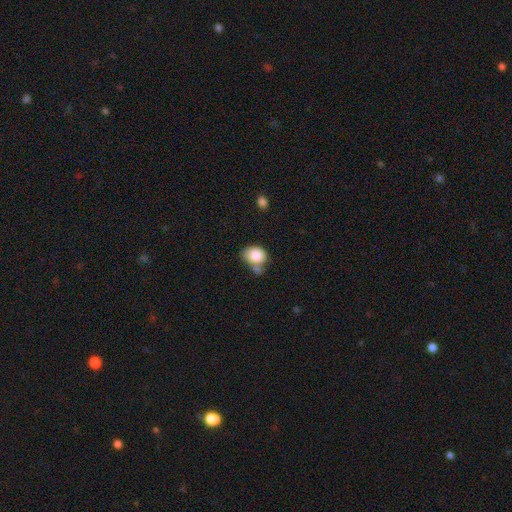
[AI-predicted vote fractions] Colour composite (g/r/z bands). It shows a smooth galaxy with no disk features (84%) that is in between round and cigar-shaped (53%). Merging: none (41%).